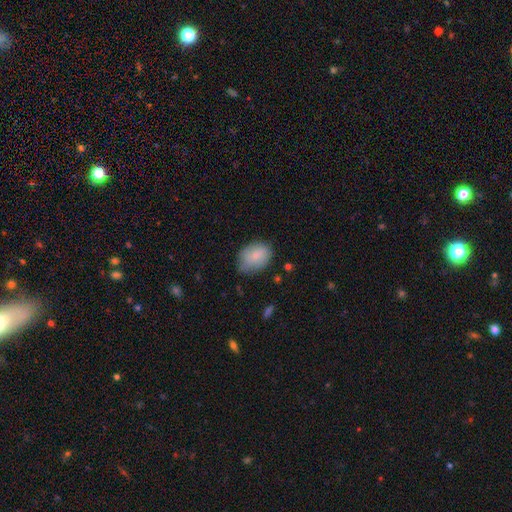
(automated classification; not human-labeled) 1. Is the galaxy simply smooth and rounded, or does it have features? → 83% smooth, 10% featured or disk, 7% star or artifact.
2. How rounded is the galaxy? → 72% in between, 27% round, 1% cigar-shaped.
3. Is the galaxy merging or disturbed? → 61% none, 30% minor disturbance, 7% major disturbance, 2% merger.